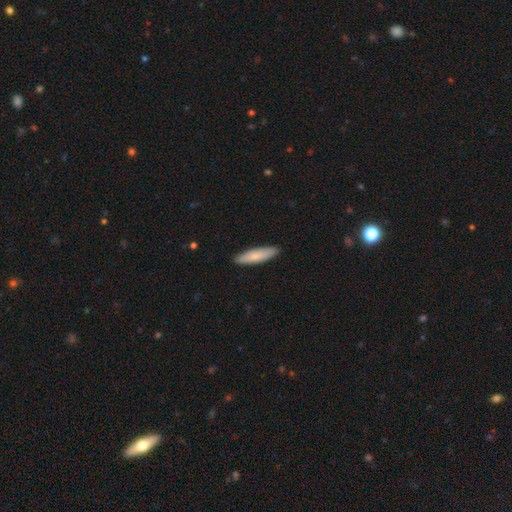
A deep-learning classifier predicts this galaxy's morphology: This is clearly a smooth galaxy (80%). How rounded: likely cigar-shaped (73%). Merging: clearly none (90%).